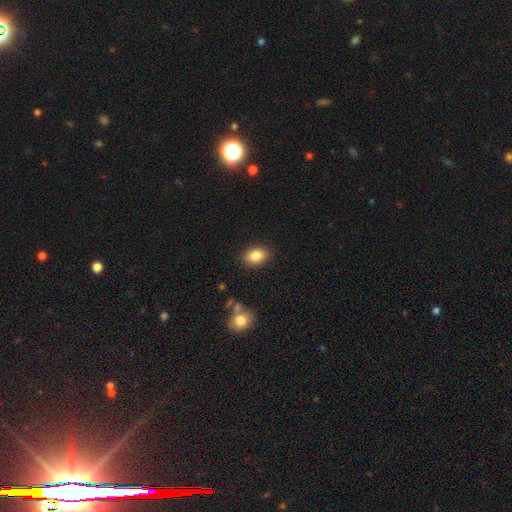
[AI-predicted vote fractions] smooth 86%, star or artifact 8%, featured or disk 6%. Down the decision tree: how rounded — in between (79%); merging — none (86%).